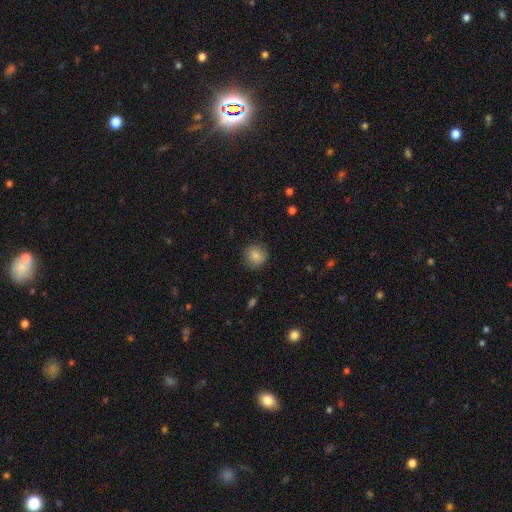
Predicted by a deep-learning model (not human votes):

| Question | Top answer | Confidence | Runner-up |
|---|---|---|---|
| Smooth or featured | smooth | 83% | star or artifact (9%) |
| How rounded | round | 91% | in between (8%) |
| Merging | none | 86% | minor disturbance (10%) |